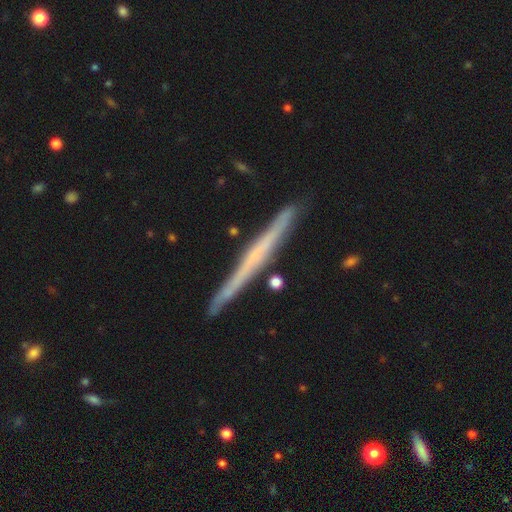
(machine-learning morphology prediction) Overall: featured or disk (63%; smooth 31%). Edge-on disk: yes (97%). Edge-on bulge: none (82%). Merging: none (88%).